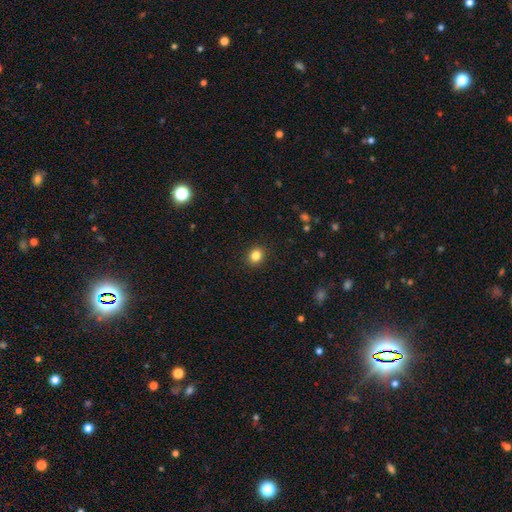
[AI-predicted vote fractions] This appears to be a smooth galaxy with no disk features (84%) that is round (72%). Merging: none (91%).